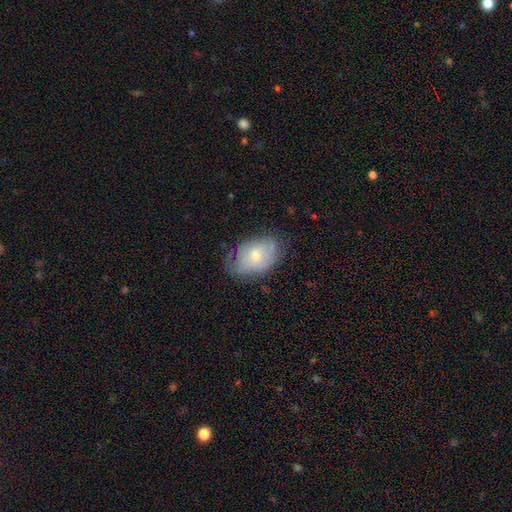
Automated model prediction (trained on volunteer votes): smooth-or-featured: smooth: 59% | featured or disk: 33% | star or artifact: 8%
  how-rounded: in between: 83% | round: 15% | cigar-shaped: 1%
  merging: none: 57% | minor disturbance: 31% | major disturbance: 10% | merger: 1%